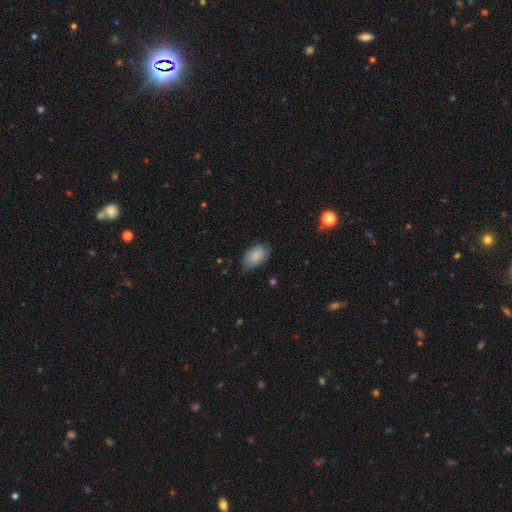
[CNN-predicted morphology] A smooth galaxy with no disk features (86%) that is in between round and cigar-shaped (92%).

Vote fractions:
- Smooth or featured? smooth: 86% / featured or disk: 7% / star or artifact: 7%
- How rounded? in between: 92% / round: 6% / cigar-shaped: 2%
- Merging? none: 68% / minor disturbance: 26% / major disturbance: 5% / merger: 1%